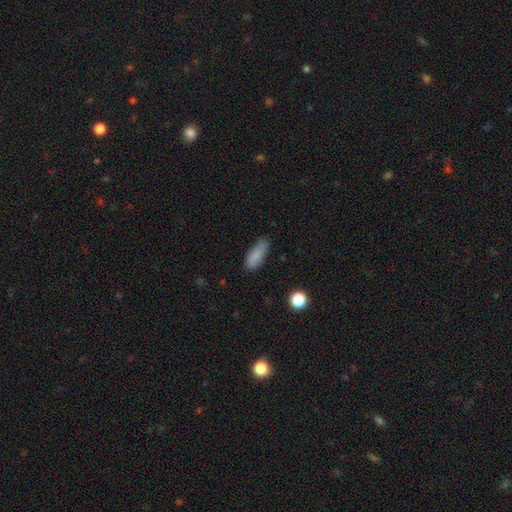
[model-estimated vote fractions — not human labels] Overall: smooth (84%). How rounded: in between (73%). Merging: none (70%).